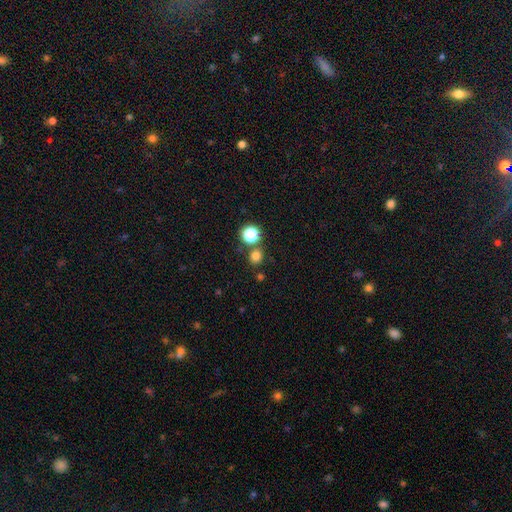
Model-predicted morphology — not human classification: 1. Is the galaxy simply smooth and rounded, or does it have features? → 76% smooth, 19% star or artifact, 6% featured or disk.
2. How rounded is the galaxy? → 85% round, 14% in between, 1% cigar-shaped.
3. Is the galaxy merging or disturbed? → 76% none, 14% merger, 8% minor disturbance, 3% major disturbance.